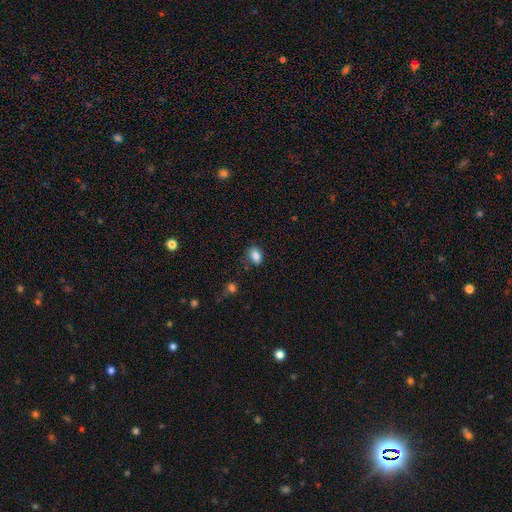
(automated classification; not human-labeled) This appears to be a smooth galaxy with no disk features (85%) that is in between round and cigar-shaped (77%). Merging: none (77%).